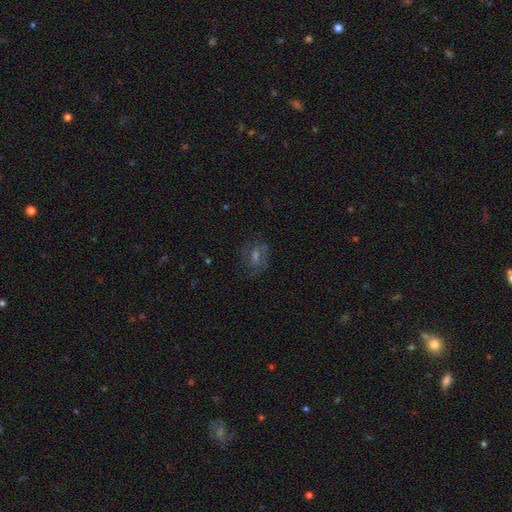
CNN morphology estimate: Smooth or featured: featured or disk — 38% (smooth — 37%)
Merging: none — 74% (minor disturbance — 15%)